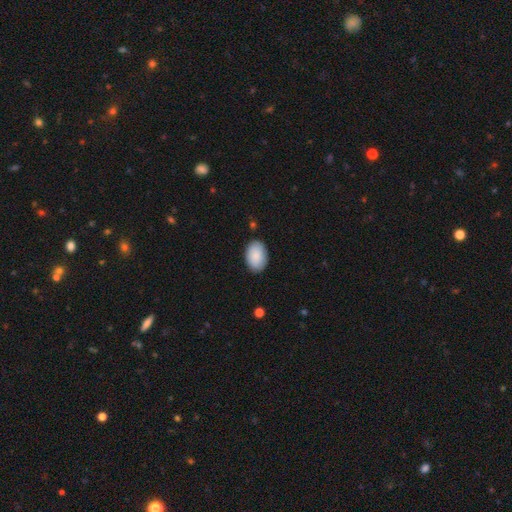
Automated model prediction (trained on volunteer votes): smooth 89%, star or artifact 6%, featured or disk 5%. Down the decision tree: how rounded — in between (91%); merging — none (86%).